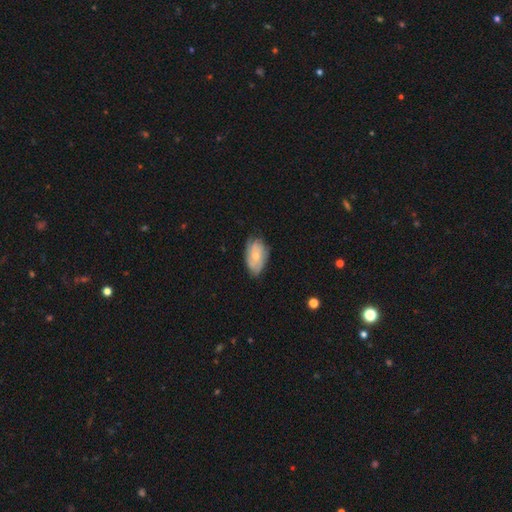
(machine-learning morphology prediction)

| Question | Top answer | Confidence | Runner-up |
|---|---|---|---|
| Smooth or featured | featured or disk | 53% | smooth (40%) |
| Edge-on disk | no | 94% | yes (6%) |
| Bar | no | 79% | weak (18%) |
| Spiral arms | yes | 80% | no (20%) |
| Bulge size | small | 56% | moderate (38%) |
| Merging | none | 67% | minor disturbance (25%) |